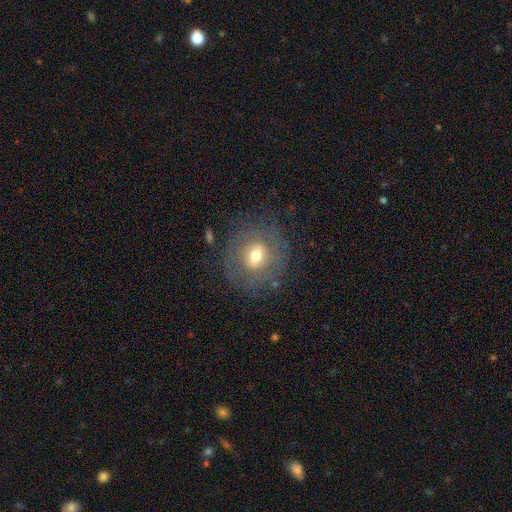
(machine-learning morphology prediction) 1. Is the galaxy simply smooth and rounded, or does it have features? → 46% featured or disk, 43% smooth, 11% star or artifact.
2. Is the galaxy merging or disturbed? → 77% none, 14% minor disturbance, 8% major disturbance, 2% merger.